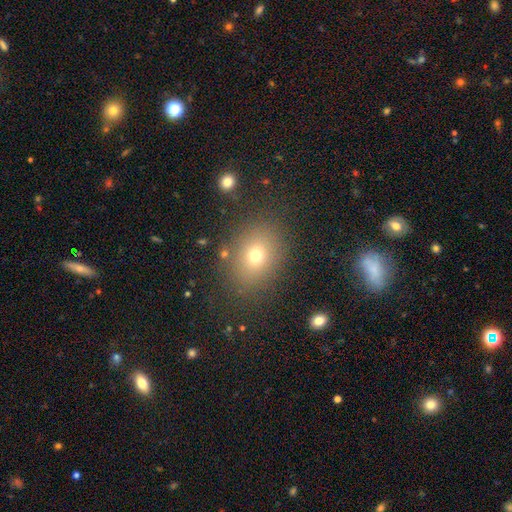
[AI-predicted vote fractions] smooth-or-featured: smooth: 70% | star or artifact: 18% | featured or disk: 13%
  how-rounded: in between: 53% | round: 46% | cigar-shaped: 1%
  merging: none: 83% | minor disturbance: 10% | major disturbance: 5% | merger: 2%